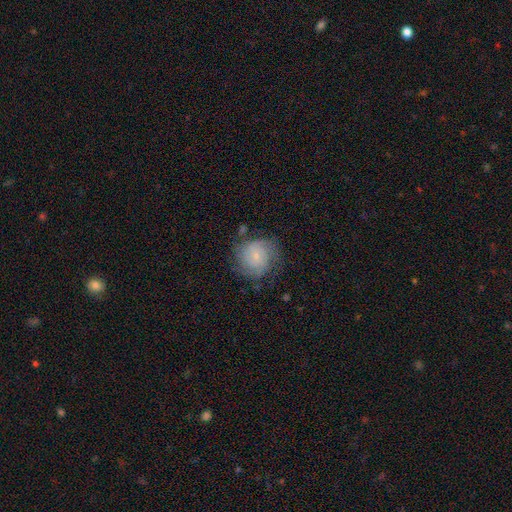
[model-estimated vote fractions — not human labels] A featured or disk galaxy (57%) with no bar (64%), spiral arms (87%) and a small central bulge (73%). Merging: none (67%).